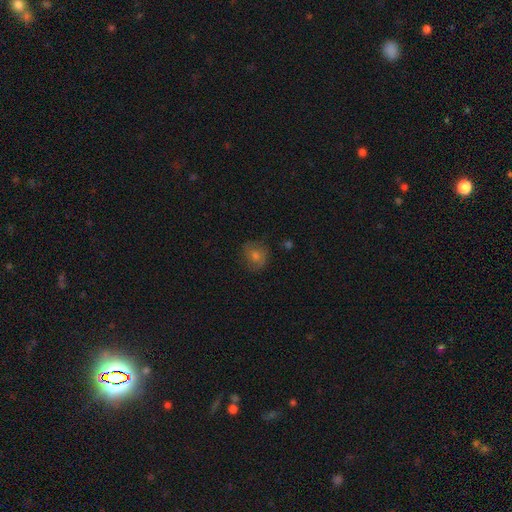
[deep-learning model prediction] A smooth galaxy with no disk features (50%). Merging: none (78%).